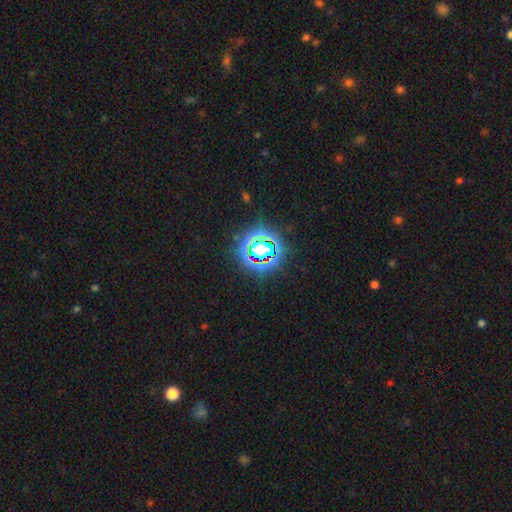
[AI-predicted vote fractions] Q: Smooth or featured?
A: star or artifact (71%); runner-up: smooth (18%)